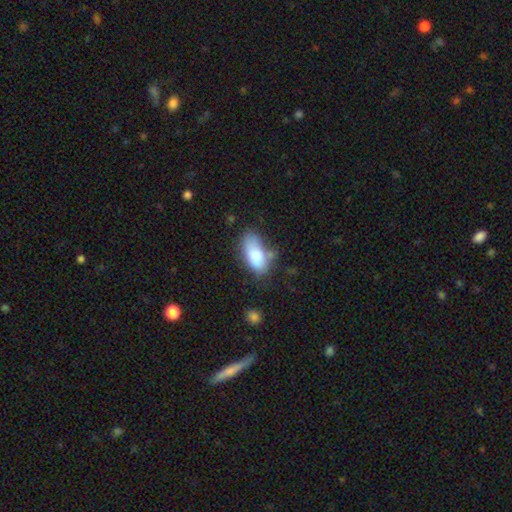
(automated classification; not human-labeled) Q: Smooth or featured?
A: smooth (81%); runner-up: featured or disk (12%)
Q: How rounded?
A: in between (91%); runner-up: cigar-shaped (6%)
Q: Merging?
A: none (48%); runner-up: minor disturbance (29%)